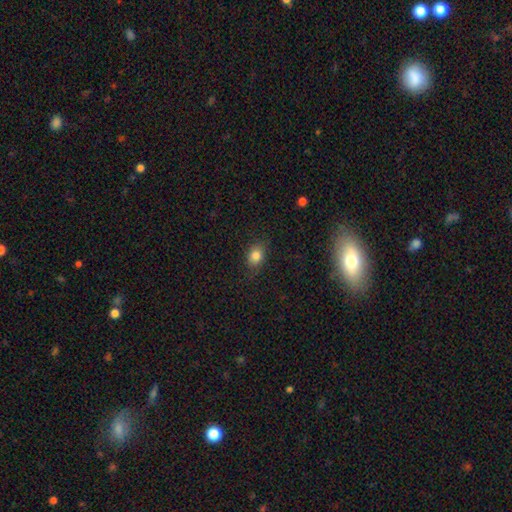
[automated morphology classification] A smooth galaxy with no disk features (83%) that is in between round and cigar-shaped (63%). Merging: none (83%).